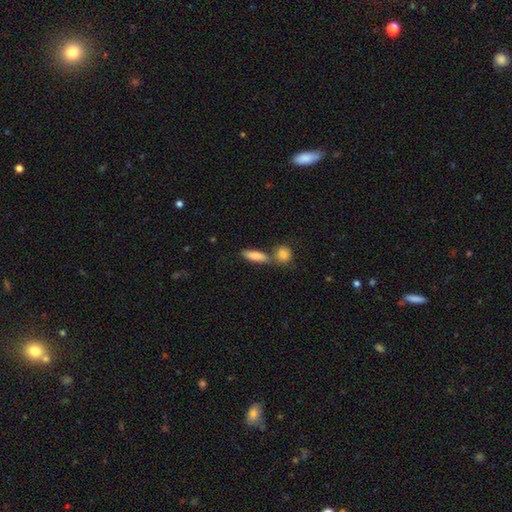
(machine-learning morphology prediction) This appears to be a smooth galaxy with no disk features (79%) that is in between round and cigar-shaped (51%). Merging: none (54%).